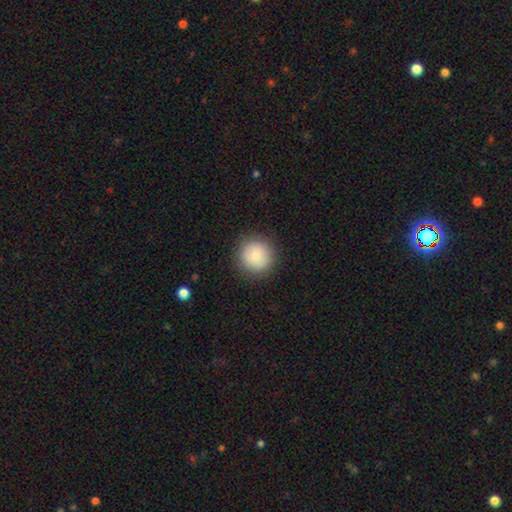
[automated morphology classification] Smooth or featured?
  - smooth: 79% *
  - featured or disk: 14%
  - star or artifact: 8%
How rounded?
  - round: 93% *
  - in between: 6%
  - cigar-shaped: 1%
Merging?
  - none: 88% *
  - minor disturbance: 8%
  - major disturbance: 3%
  - merger: 1%